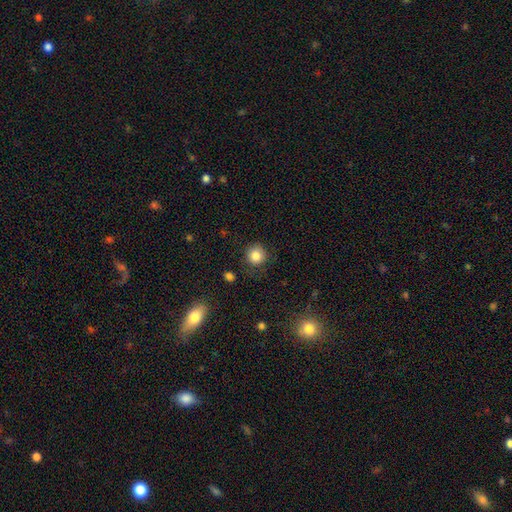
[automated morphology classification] Smooth or featured? smooth (84%)
How rounded? round (90%)
Merging? none (83%)